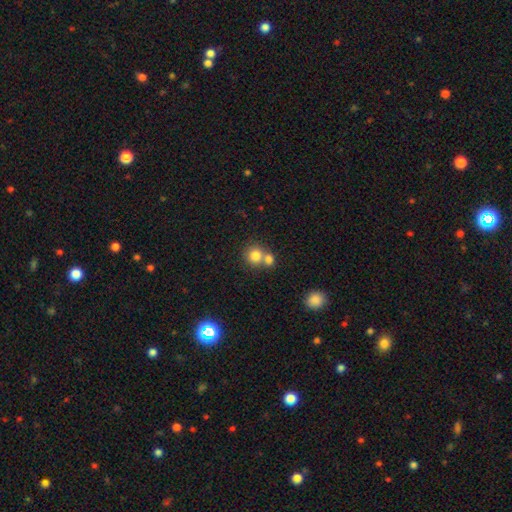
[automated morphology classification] This appears to be a smooth galaxy with no disk features (81%) that is round (86%). Merging: merger (47%).